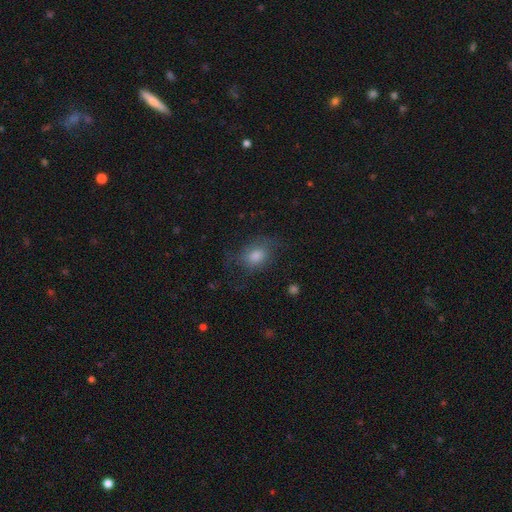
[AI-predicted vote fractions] smooth 66%, featured or disk 20%, star or artifact 14%. Down the decision tree: how rounded — in between (60%); merging — none (62%).